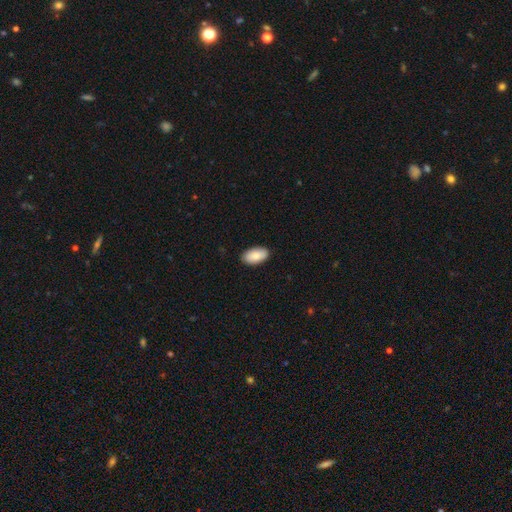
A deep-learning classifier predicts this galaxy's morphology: The model was most divided on "smooth or featured": smooth: 85%, featured or disk: 9%, star or artifact: 6%. More confident: how rounded — in between (95%); merging — none (89%).